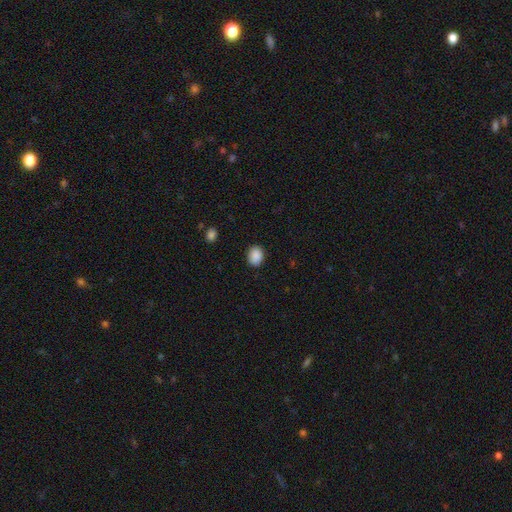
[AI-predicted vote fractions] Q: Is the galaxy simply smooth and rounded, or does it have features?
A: smooth — 89%.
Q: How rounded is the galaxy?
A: in between — 52%.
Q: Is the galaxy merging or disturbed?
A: none — 89%.